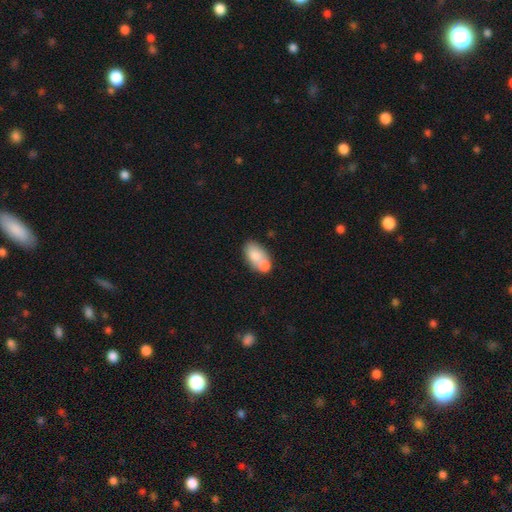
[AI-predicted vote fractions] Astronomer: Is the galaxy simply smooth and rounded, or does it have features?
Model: smooth — 74%.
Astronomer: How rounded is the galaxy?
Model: in between — 88%.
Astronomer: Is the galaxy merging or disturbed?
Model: merger — 43% (runner-up: none, 39%).